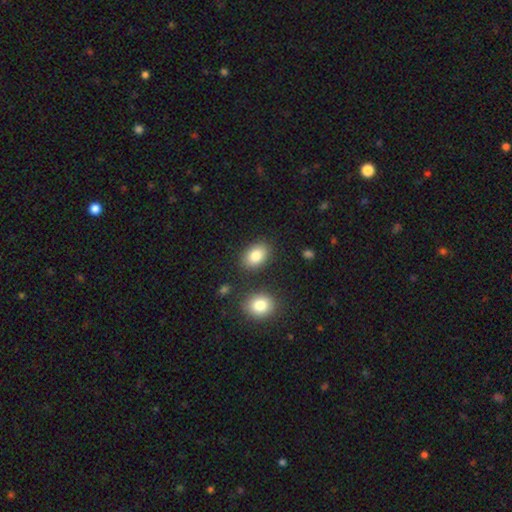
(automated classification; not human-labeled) This is clearly a smooth galaxy (83%). How rounded: likely in between (79%). Merging: clearly none (82%).